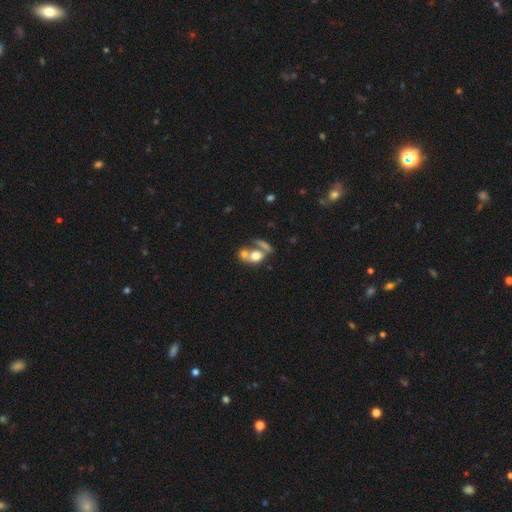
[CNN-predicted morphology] This is likely a smooth galaxy (65%). How rounded: possibly in between (55%). Merging: possibly merger (57%).